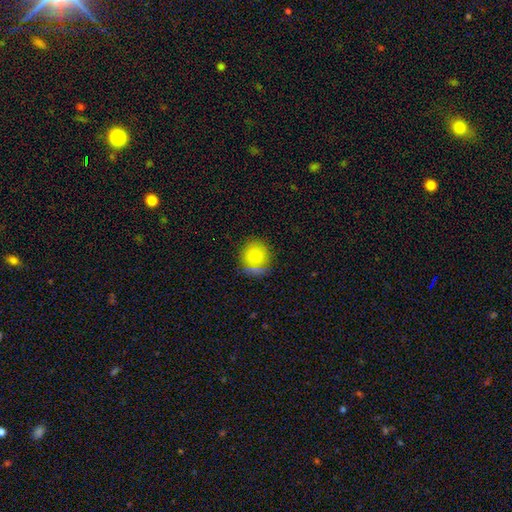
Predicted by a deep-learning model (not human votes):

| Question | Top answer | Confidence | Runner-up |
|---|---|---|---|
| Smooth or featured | smooth | 81% | star or artifact (11%) |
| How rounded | round | 87% | in between (11%) |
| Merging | none | 72% | minor disturbance (13%) |